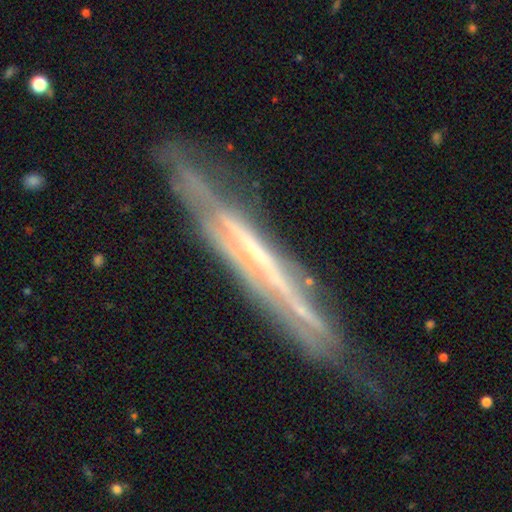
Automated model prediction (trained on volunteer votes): Overall: featured or disk (77%). Edge-on disk: yes (81%). Edge-on bulge: none (79%). Merging: none (65%).